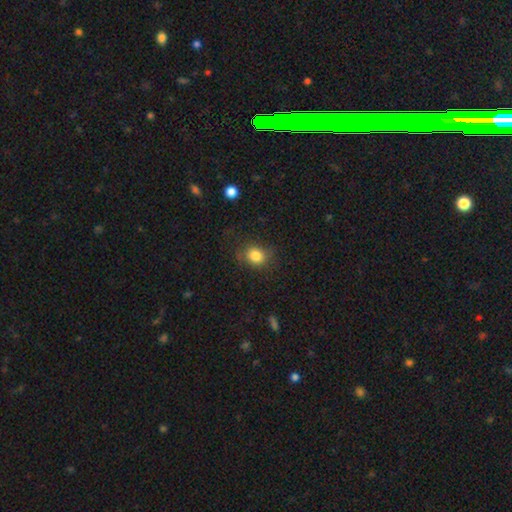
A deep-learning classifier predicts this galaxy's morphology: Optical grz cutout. It shows a smooth galaxy with no disk features (83%) that is round (62%). Merging: none (72%).